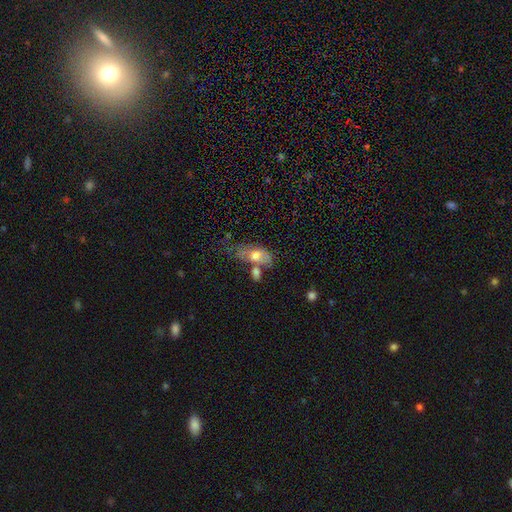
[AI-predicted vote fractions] Smooth or featured: smooth — 61% (featured or disk — 31%)
How rounded: in between — 85% (round — 9%)
Merging: merger — 35% (none — 29%)